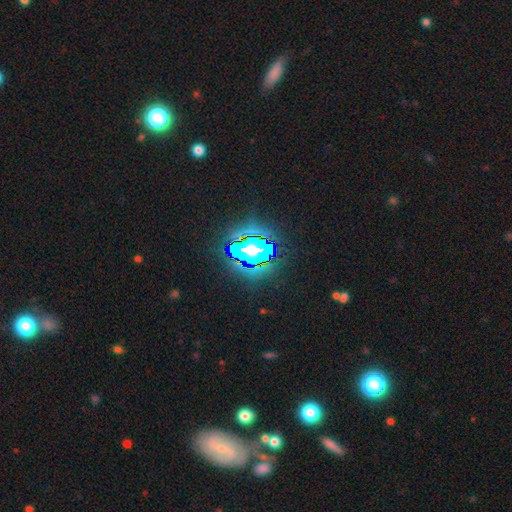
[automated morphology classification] Smooth or featured? star or artifact (78%)